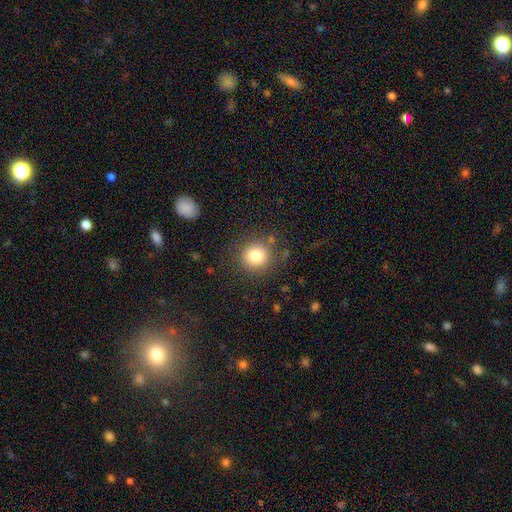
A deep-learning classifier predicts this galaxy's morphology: Overall: smooth (82%). How rounded: round (89%). Merging: none (84%).